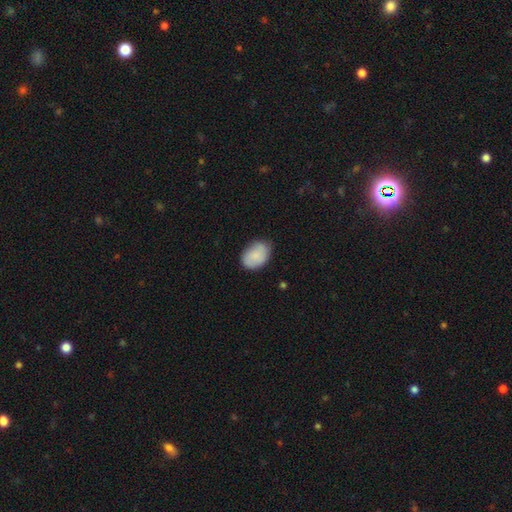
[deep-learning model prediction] A smooth galaxy with no disk features (82%) that is in between round and cigar-shaped (81%).

Vote fractions:
- Smooth or featured? smooth: 82% / featured or disk: 11% / star or artifact: 6%
- How rounded? in between: 81% / round: 18% / cigar-shaped: 1%
- Merging? none: 71% / minor disturbance: 23% / major disturbance: 4% / merger: 2%